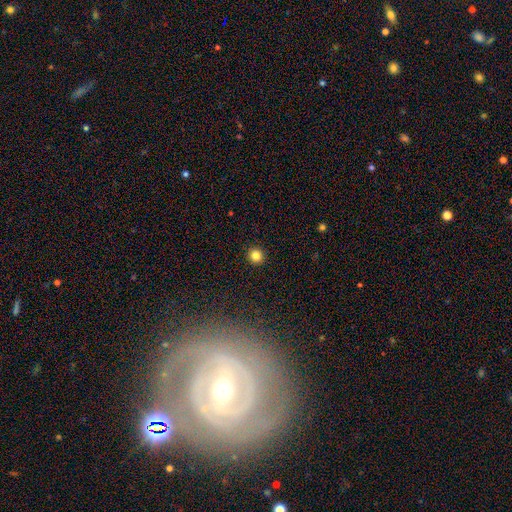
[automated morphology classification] Overall: smooth (83%). How rounded: round (94%). Merging: none (93%).